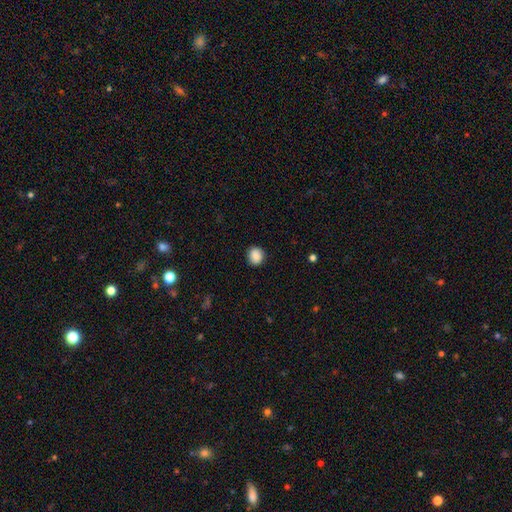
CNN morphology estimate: smooth-or-featured: smooth: 86% | star or artifact: 8% | featured or disk: 5%
  how-rounded: round: 76% | in between: 23% | cigar-shaped: 1%
  merging: none: 86% | minor disturbance: 10% | major disturbance: 2% | merger: 1%